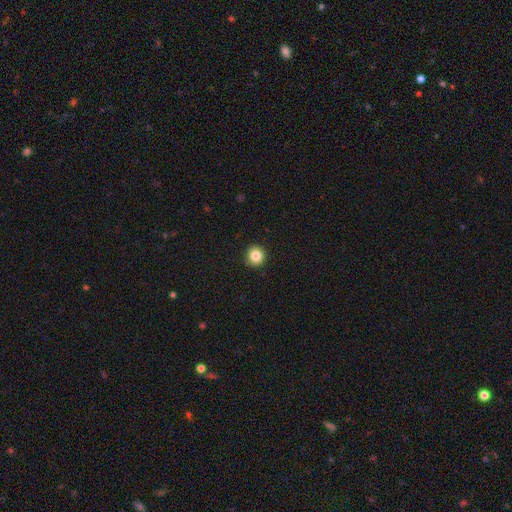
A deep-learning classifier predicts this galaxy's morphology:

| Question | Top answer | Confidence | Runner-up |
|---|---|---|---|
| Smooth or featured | smooth | 84% | star or artifact (10%) |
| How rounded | round | 93% | in between (6%) |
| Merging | none | 92% | minor disturbance (5%) |